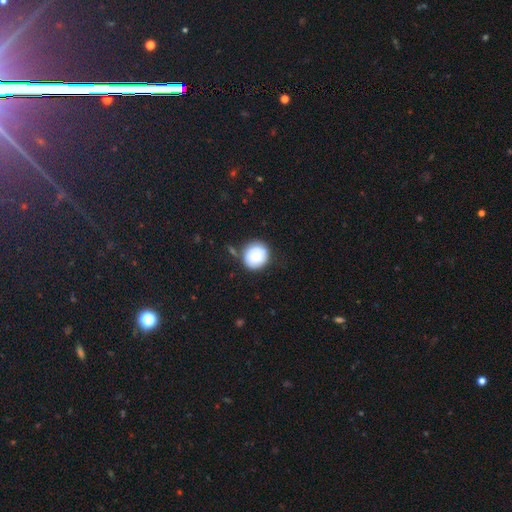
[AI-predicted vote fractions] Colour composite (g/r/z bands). It shows a smooth galaxy with no disk features (70%) that is round (88%). Merging: none (71%).